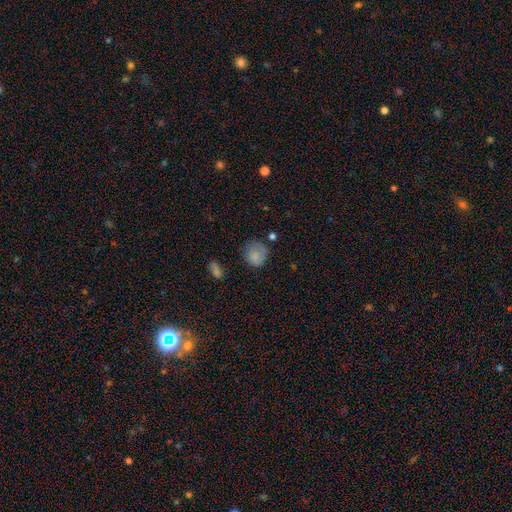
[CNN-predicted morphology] Smooth or featured: smooth — 80% (featured or disk — 11%)
How rounded: round — 74% (in between — 25%)
Merging: none — 57% (minor disturbance — 27%)